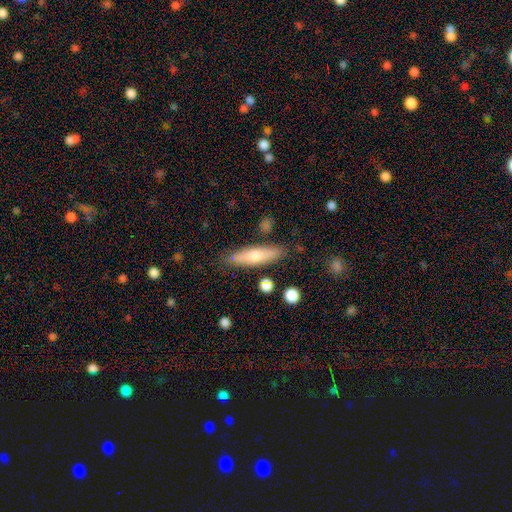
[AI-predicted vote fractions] smooth_or_featured: smooth (p=0.65) [alt: featured or disk p=0.29]
how_rounded: cigar-shaped (p=0.69) [alt: in between p=0.29]
merging: none (p=0.81) [alt: minor disturbance p=0.12]